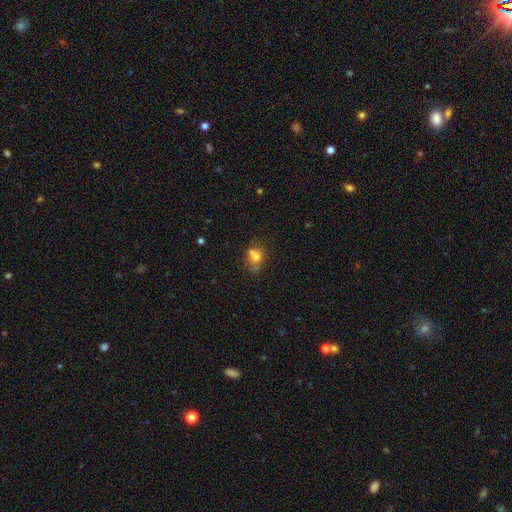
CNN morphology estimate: A smooth galaxy with no disk features (69%) that is round (62%).

Vote fractions:
- Smooth or featured? smooth: 69% / featured or disk: 18% / star or artifact: 13%
- How rounded? round: 62% / in between: 37% / cigar-shaped: 1%
- Merging? none: 43% / merger: 33% / minor disturbance: 17% / major disturbance: 8%